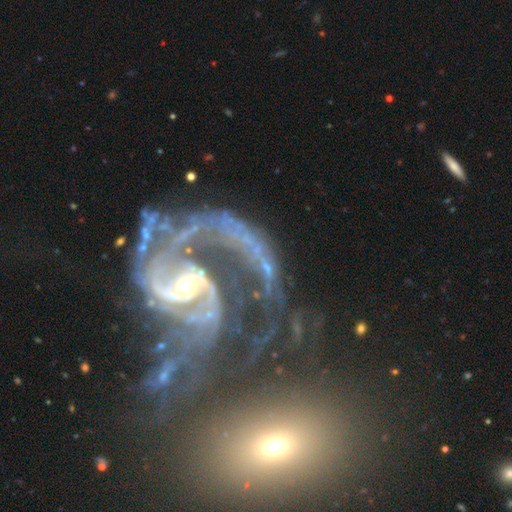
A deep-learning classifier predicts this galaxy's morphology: This is clearly a featured or disk galaxy (89%). It is clearly not viewed edge-on (97%). Bar: marginally weak (38%). Spiral arm pattern: clearly yes (96%). Spiral arm count: likely 2 (74%). Spiral winding: possibly medium (50%). Central bulge: likely small (64%). Merging: marginally major disturbance (32%).